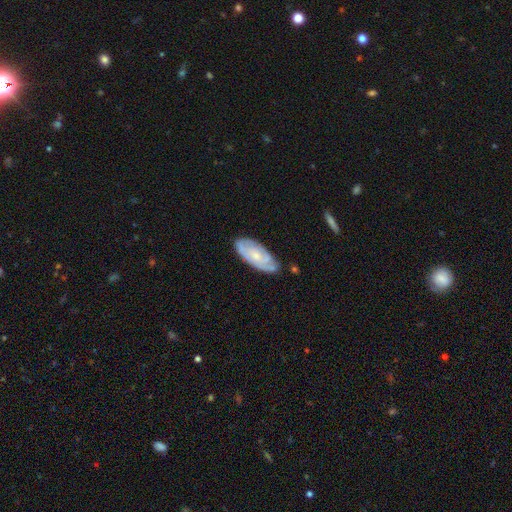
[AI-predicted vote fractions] A featured or disk galaxy (66%) with no bar (76%), tight (63%) spiral arms (84%) and a small central bulge (58%). Merging: none (70%).